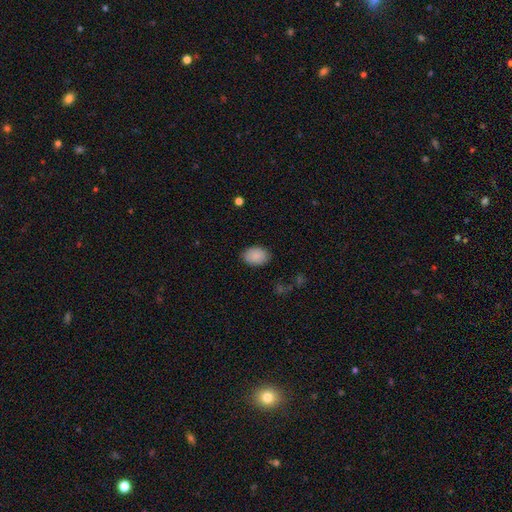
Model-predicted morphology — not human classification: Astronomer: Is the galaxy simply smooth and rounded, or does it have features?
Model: smooth — 89%.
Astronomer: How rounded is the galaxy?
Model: in between — 81%.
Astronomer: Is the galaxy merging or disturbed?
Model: none — 86%.